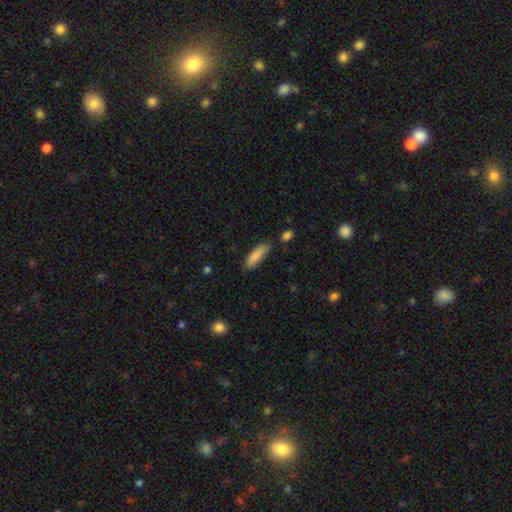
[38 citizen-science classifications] Morphology: type=smooth (84%); roundness=in between (50%, tied with cigar-shaped); merging=none (57%).